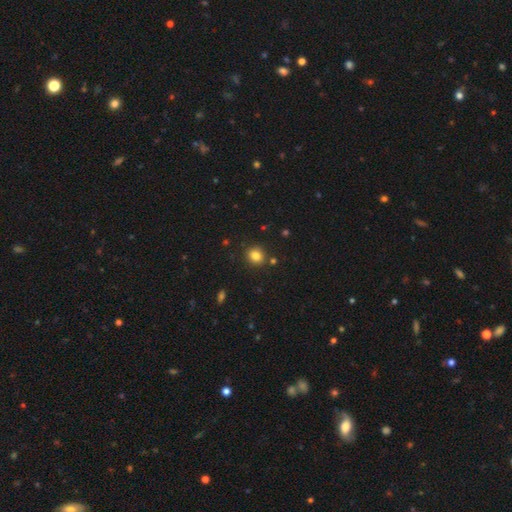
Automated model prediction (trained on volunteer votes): smooth_or_featured: smooth (p=0.82) [alt: star or artifact p=0.12]
how_rounded: round (p=0.74) [alt: in between p=0.25]
merging: none (p=0.85) [alt: minor disturbance p=0.09]